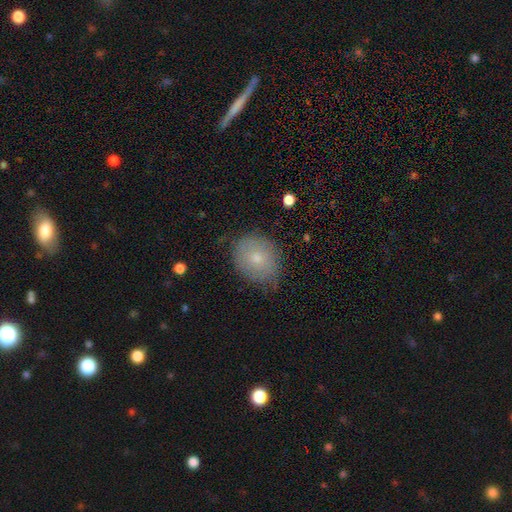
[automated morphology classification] smooth 70%, featured or disk 20%, star or artifact 11%. Down the decision tree: how rounded — round (57%); merging — none (71%).